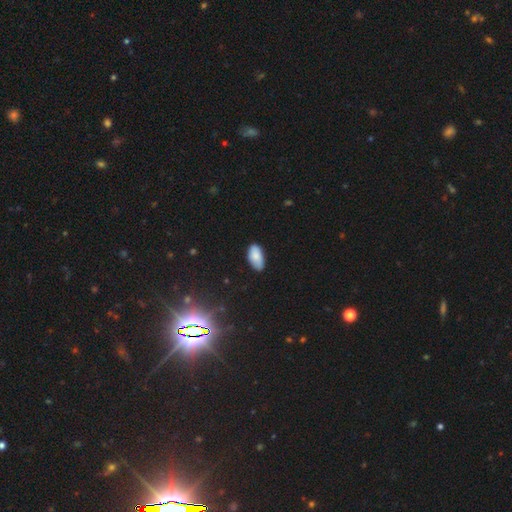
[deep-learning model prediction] The model was most divided on "merging": none: 77%, minor disturbance: 19%, major disturbance: 3%, merger: 1%. More confident: how rounded — in between (95%); smooth or featured — smooth (84%).